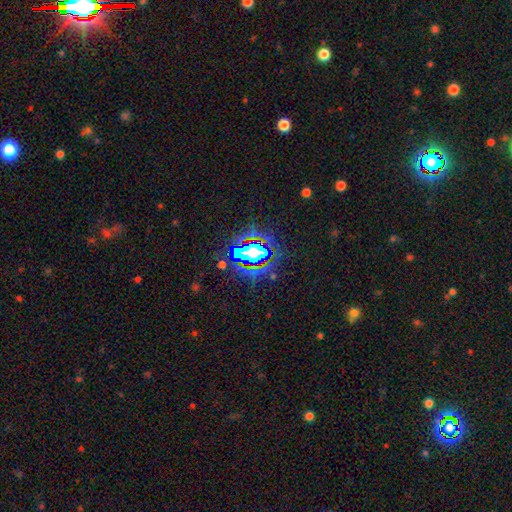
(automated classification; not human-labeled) smooth_or_featured: star or artifact (p=0.77) [alt: smooth p=0.14]